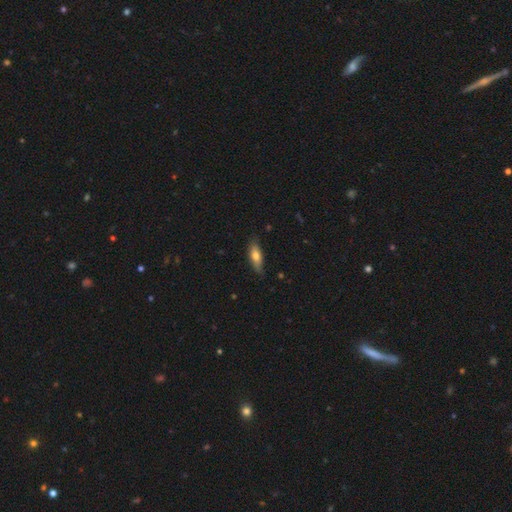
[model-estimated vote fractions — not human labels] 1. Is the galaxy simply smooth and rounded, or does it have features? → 68% smooth, 26% featured or disk, 6% star or artifact.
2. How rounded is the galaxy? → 56% in between, 42% cigar-shaped, 3% round.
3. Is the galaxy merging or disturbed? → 76% none, 20% minor disturbance, 3% major disturbance, 1% merger.